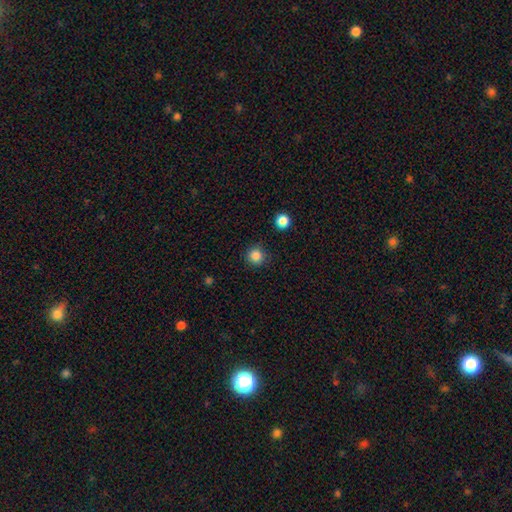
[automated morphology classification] This appears to be a smooth galaxy with no disk features (85%) that is round (95%). Merging: none (89%).